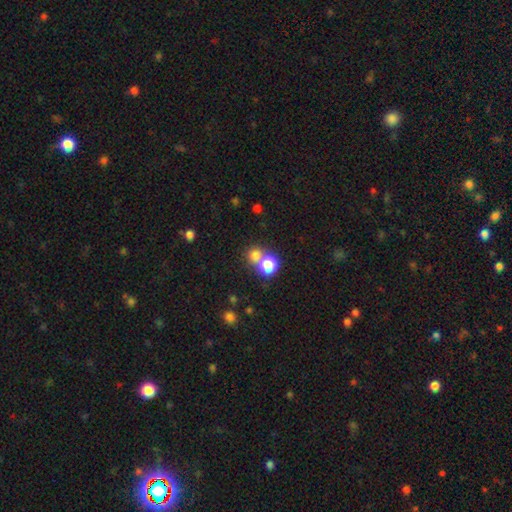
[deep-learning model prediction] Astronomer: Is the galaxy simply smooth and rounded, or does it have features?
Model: smooth — 73%.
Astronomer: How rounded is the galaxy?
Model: round — 85%.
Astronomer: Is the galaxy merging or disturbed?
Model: none — 53% (runner-up: merger, 38%).